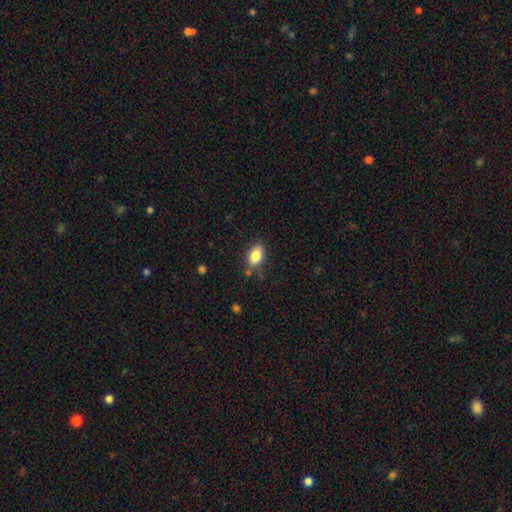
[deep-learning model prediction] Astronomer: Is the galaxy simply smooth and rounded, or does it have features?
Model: smooth — 85%.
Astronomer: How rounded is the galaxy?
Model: in between — 88%.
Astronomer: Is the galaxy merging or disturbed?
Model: none — 79%.